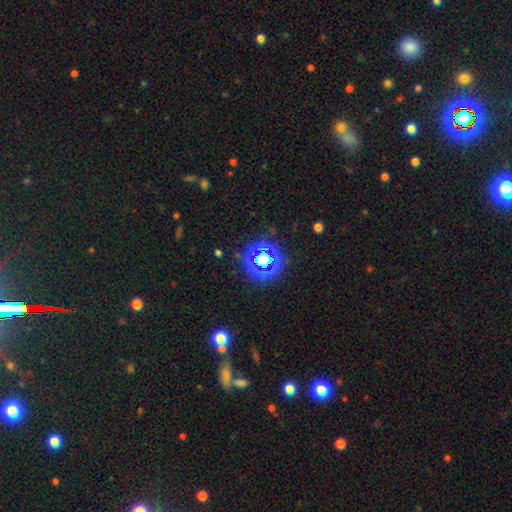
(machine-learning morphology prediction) Smooth or featured?
  - star or artifact: 68% *
  - smooth: 24%
  - featured or disk: 8%